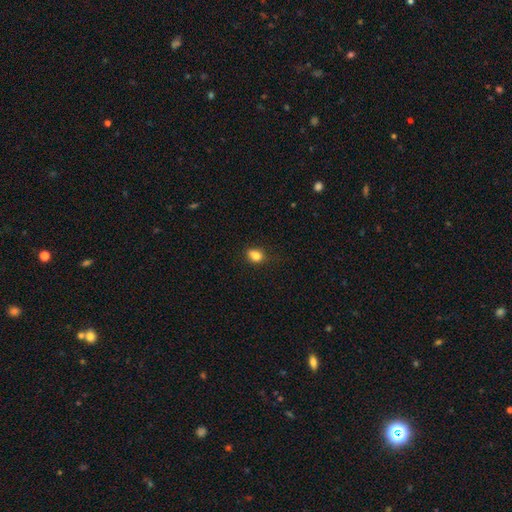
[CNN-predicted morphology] This is likely a smooth galaxy (79%). How rounded: possibly round (50%). Merging: possibly none (57%).